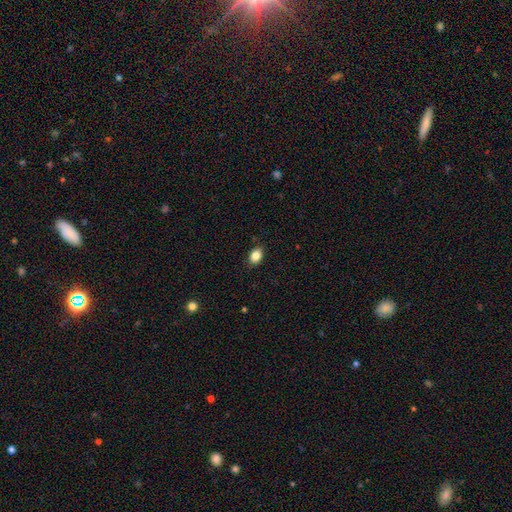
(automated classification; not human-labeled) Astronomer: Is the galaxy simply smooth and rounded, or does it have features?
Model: smooth — 85%.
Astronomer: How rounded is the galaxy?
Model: in between — 78%.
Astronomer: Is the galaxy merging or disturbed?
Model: none — 88%.